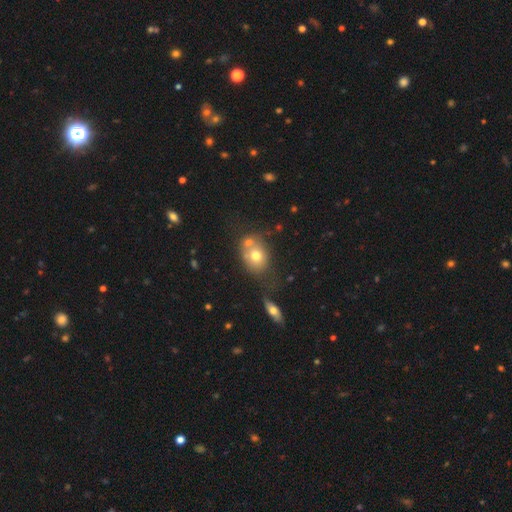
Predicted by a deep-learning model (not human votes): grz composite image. It shows a smooth galaxy with no disk features (67%) that is in between round and cigar-shaped (50%). Merging: none (42%).